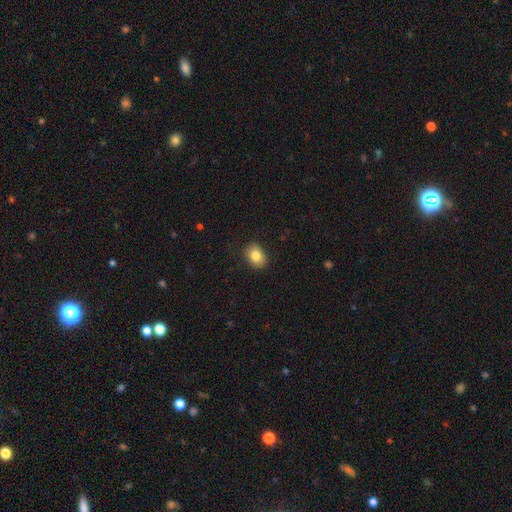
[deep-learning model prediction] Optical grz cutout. It shows a smooth galaxy with no disk features (83%) that is in between round and cigar-shaped (71%). Merging: none (87%).